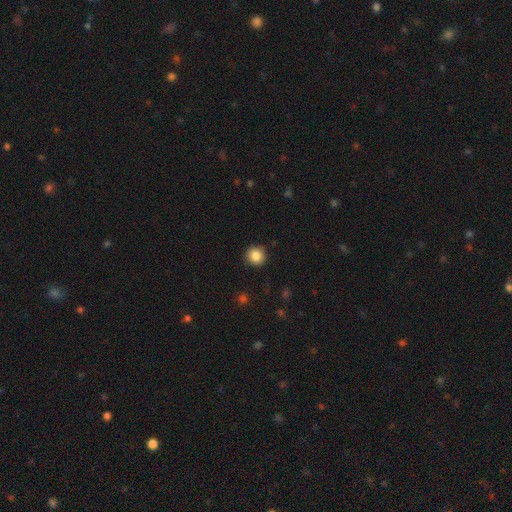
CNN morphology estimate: smooth_or_featured: smooth (p=0.86) [alt: star or artifact p=0.10]
how_rounded: round (p=0.93) [alt: in between p=0.06]
merging: none (p=0.90) [alt: minor disturbance p=0.07]